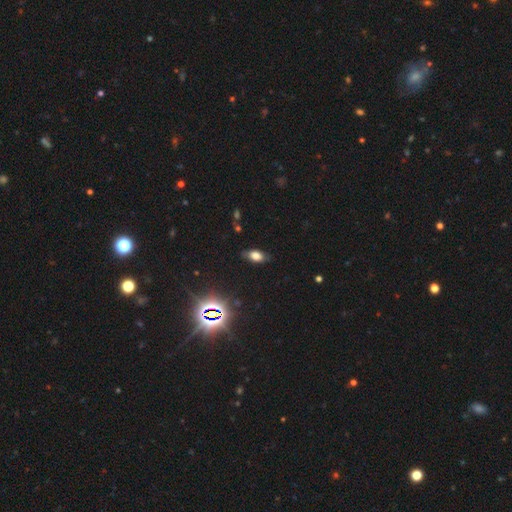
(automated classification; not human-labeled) smooth 71%, star or artifact 16%, featured or disk 13%. Down the decision tree: how rounded — in between (88%); merging — none (78%).